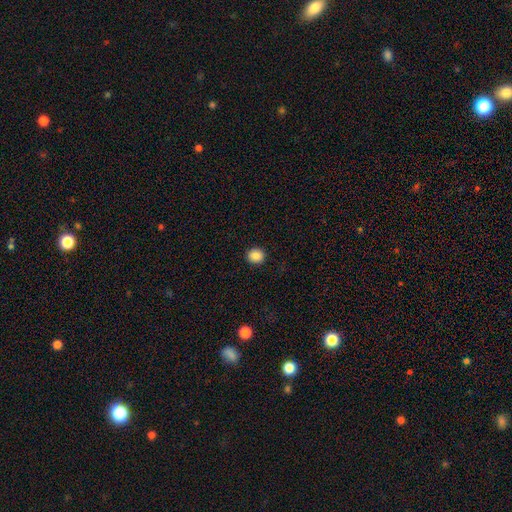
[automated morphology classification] The model was most divided on "how rounded": round: 87%, in between: 12%, cigar-shaped: 1%. More confident: merging — none (91%); smooth or featured — smooth (87%).